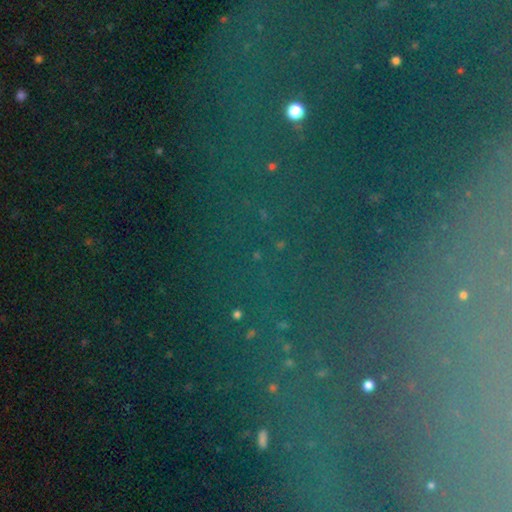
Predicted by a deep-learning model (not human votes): smooth-or-featured: star or artifact: 72% | featured or disk: 15% | smooth: 13%